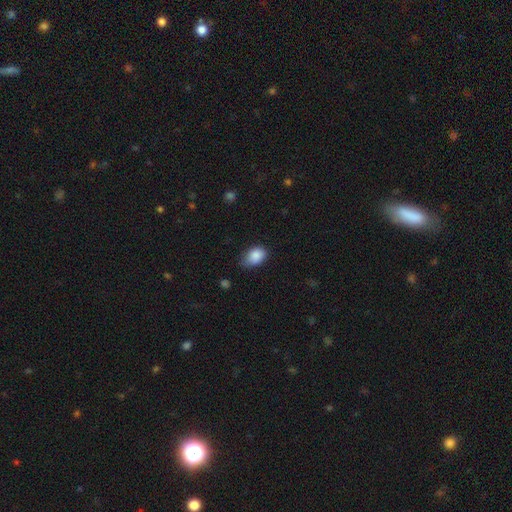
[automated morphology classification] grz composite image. It shows a smooth galaxy with no disk features (87%) that is in between round and cigar-shaped (82%). Merging: none (56%).